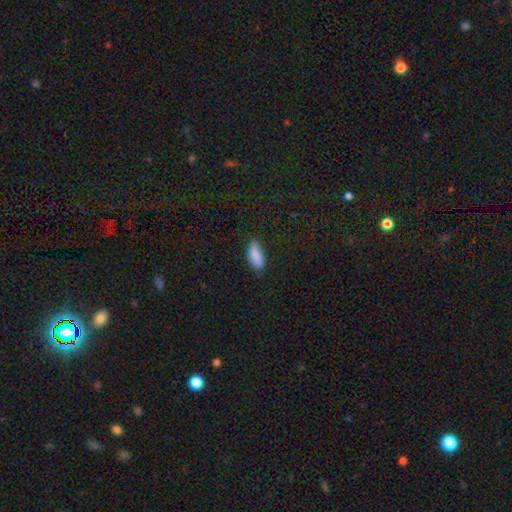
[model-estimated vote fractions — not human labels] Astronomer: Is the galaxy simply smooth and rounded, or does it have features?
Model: smooth — 87%.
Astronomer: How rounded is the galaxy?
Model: in between — 73%.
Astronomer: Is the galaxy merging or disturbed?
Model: none — 77%.